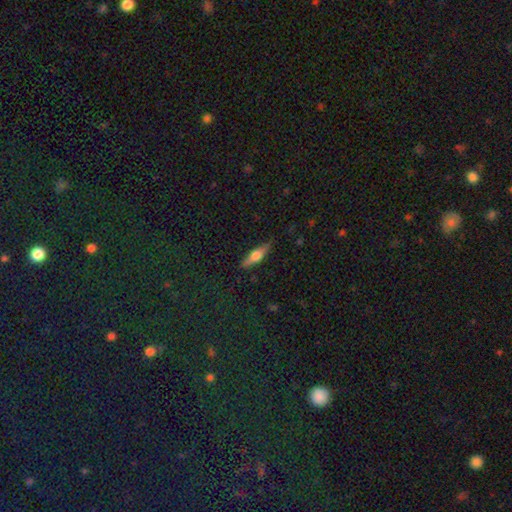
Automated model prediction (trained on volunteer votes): featured or disk 51%, smooth 42%, star or artifact 7%. Down the decision tree: edge-on disk — yes (94%); merging — none (86%).